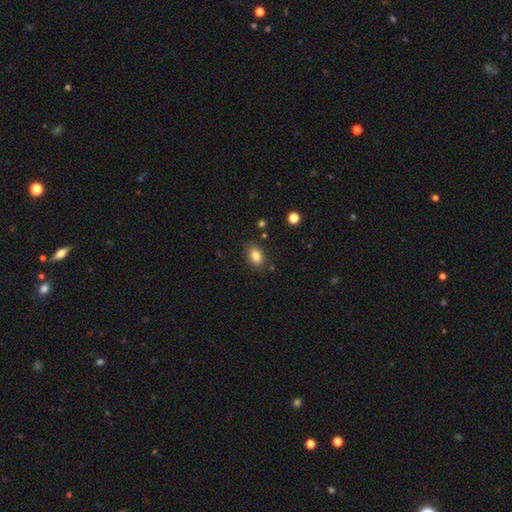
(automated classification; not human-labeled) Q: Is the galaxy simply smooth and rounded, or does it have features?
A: smooth — 83%.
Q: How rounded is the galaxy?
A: in between — 81%.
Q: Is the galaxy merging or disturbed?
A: none — 83%.